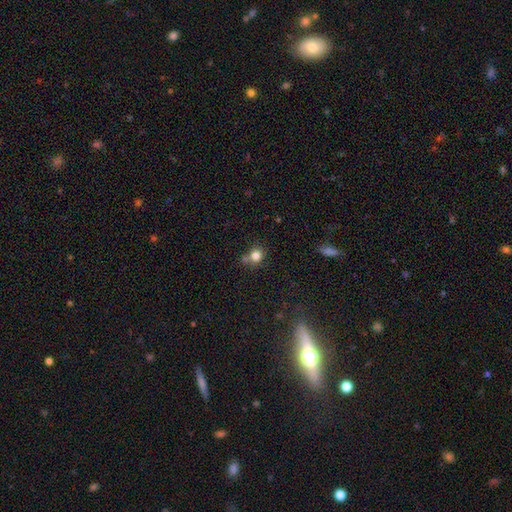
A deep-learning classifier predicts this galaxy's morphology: Smooth or featured? smooth (81%)
How rounded? round (82%)
Merging? none (59%)